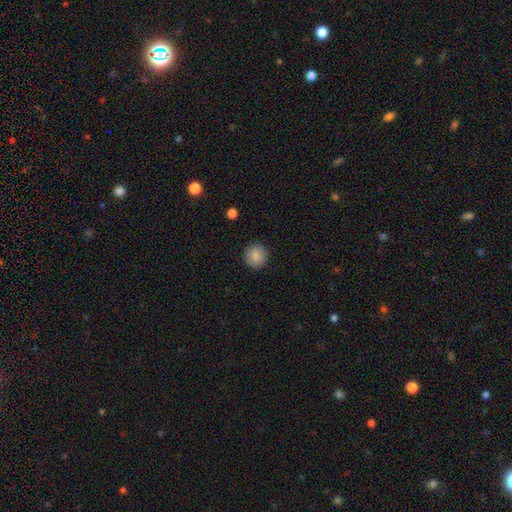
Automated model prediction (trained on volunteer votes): Smooth or featured? smooth (85%)
How rounded? round (93%)
Merging? none (91%)